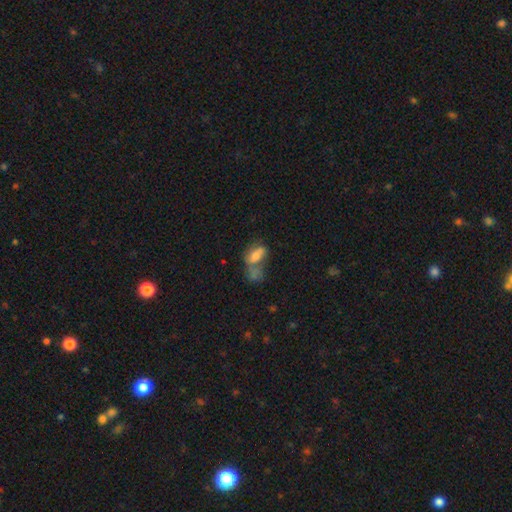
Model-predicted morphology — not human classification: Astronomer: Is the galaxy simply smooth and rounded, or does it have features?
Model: smooth — 64%.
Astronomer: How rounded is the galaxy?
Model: in between — 86%.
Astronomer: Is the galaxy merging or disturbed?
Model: merger — 47%.